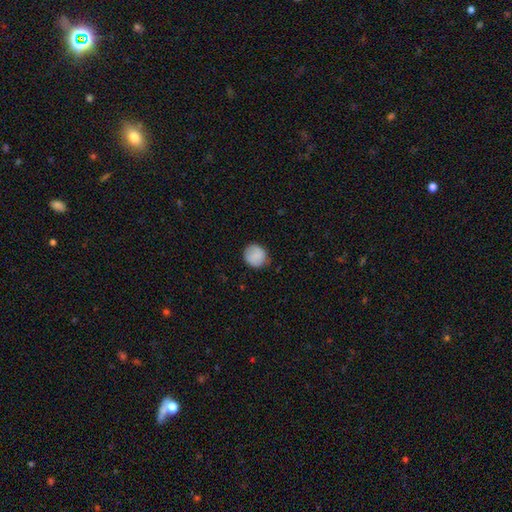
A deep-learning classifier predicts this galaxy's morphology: This is clearly a smooth galaxy (86%). How rounded: clearly round (88%). Merging: clearly none (82%).